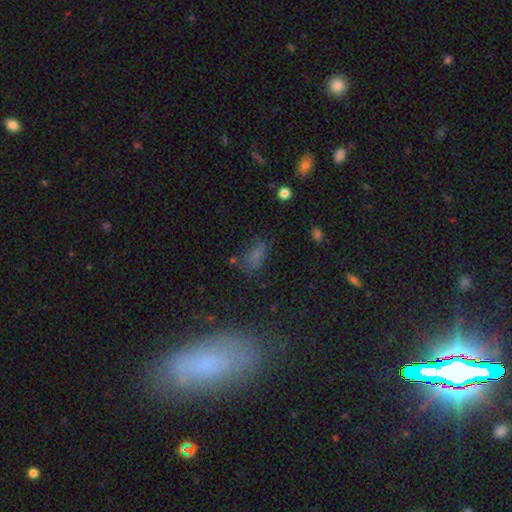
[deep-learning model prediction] Smooth or featured: smooth — 56% (star or artifact — 29%)
How rounded: in between — 80% (round — 11%)
Merging: none — 52% (minor disturbance — 24%)